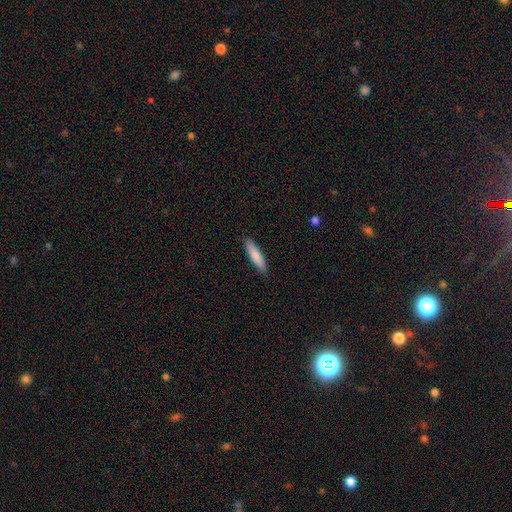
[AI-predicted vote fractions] Morphology: type=smooth (82%); roundness=cigar-shaped (80%); merging=none (90%).